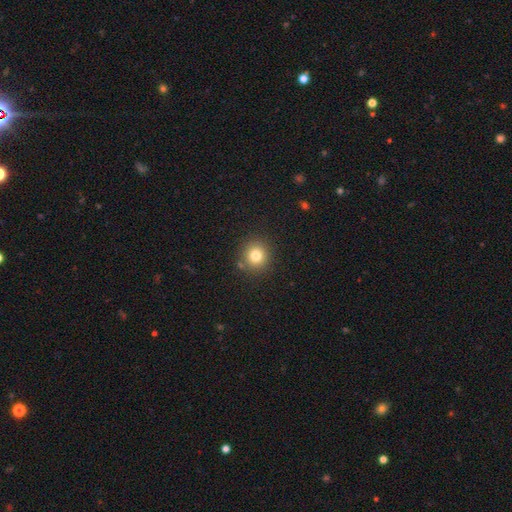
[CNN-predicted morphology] smooth 79%, star or artifact 13%, featured or disk 8%. Down the decision tree: how rounded — round (91%); merging — none (85%).